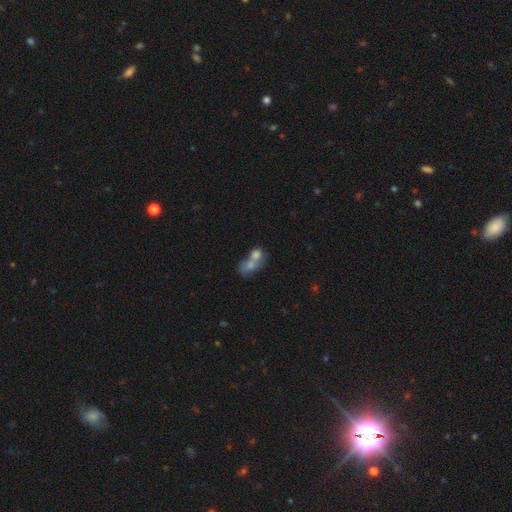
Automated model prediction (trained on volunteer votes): The model was most divided on "how rounded": in between: 59%, round: 37%, cigar-shaped: 4%. More confident: merging — merger (71%); smooth or featured — smooth (69%).